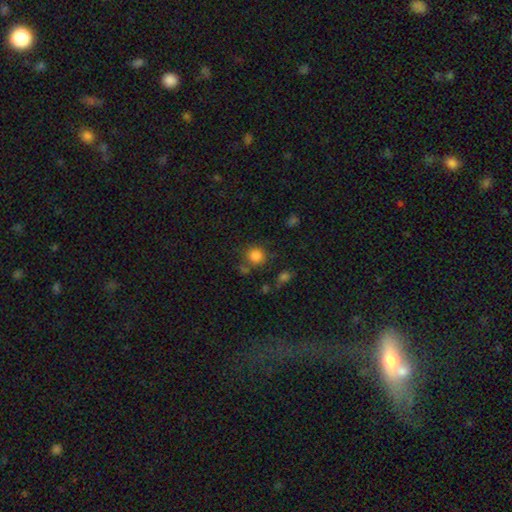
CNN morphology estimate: This appears to be a smooth galaxy with no disk features (83%) that is round (88%). Merging: none (70%).